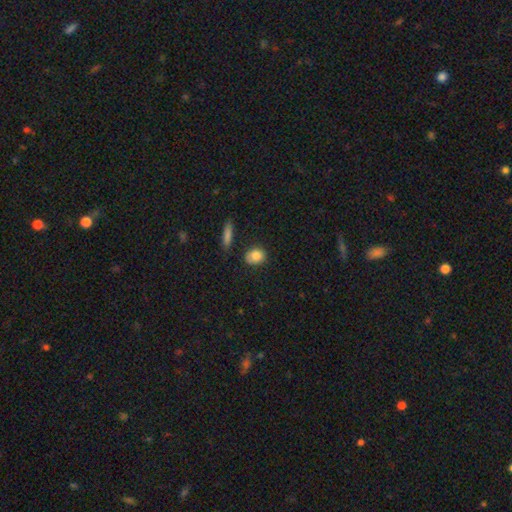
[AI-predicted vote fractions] Overall: smooth (83%). How rounded: round (53%; in between 44%). Merging: none (73%).